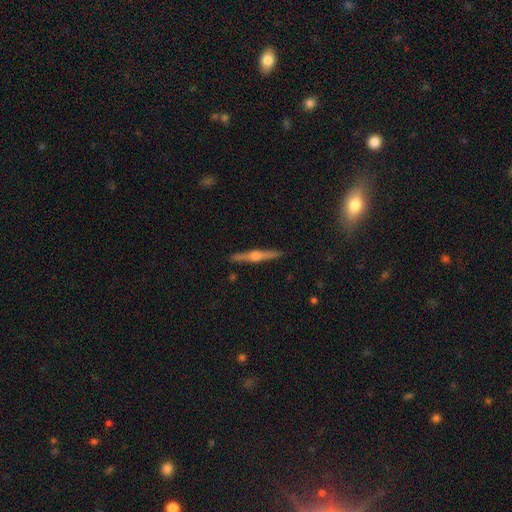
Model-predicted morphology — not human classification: smooth-or-featured: featured or disk: 80% | smooth: 14% | star or artifact: 5%
  disk-edge-on: yes: 98% | no: 2%
    edge-on-bulge: rounded: 93% | boxy: 4% | none: 3%
  merging: none: 92% | minor disturbance: 6% | major disturbance: 1% | merger: 1%